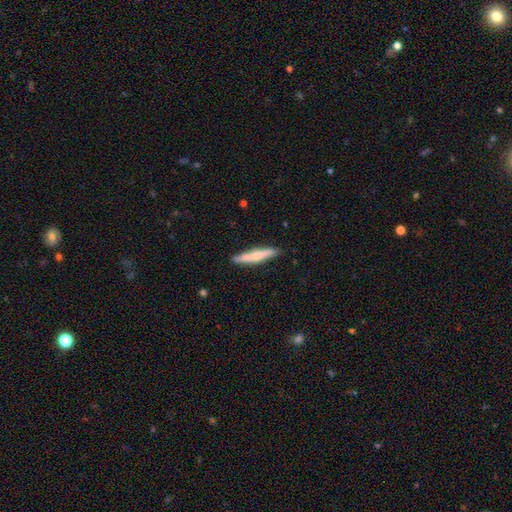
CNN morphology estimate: Smooth or featured? Predicted: smooth (p=0.64). How rounded? Predicted: cigar-shaped (p=0.92). Merging? Predicted: none (p=0.85).